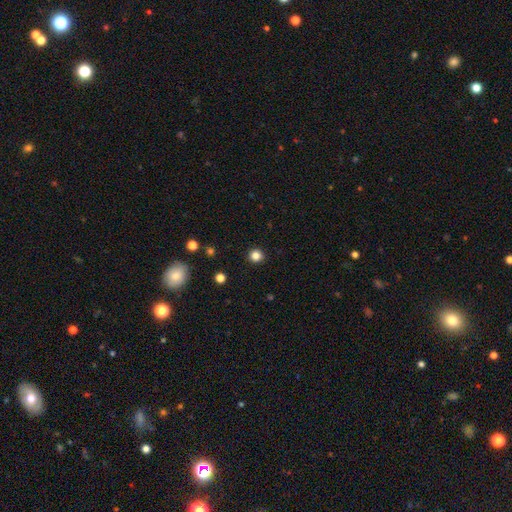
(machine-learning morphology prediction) A smooth galaxy with no disk features (83%) that is round (92%).

Vote fractions:
- Smooth or featured? smooth: 83% / star or artifact: 12% / featured or disk: 4%
- How rounded? round: 92% / in between: 7% / cigar-shaped: 1%
- Merging? none: 92% / minor disturbance: 5% / major disturbance: 2% / merger: 1%